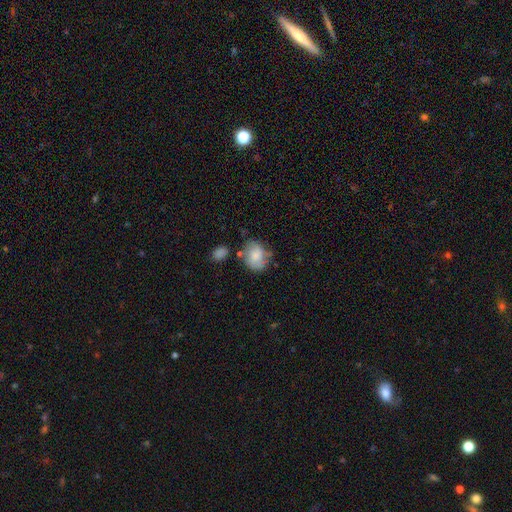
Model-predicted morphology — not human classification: This appears to be a smooth galaxy with no disk features (70%) that is in between round and cigar-shaped (56%). Merging: none (51%).